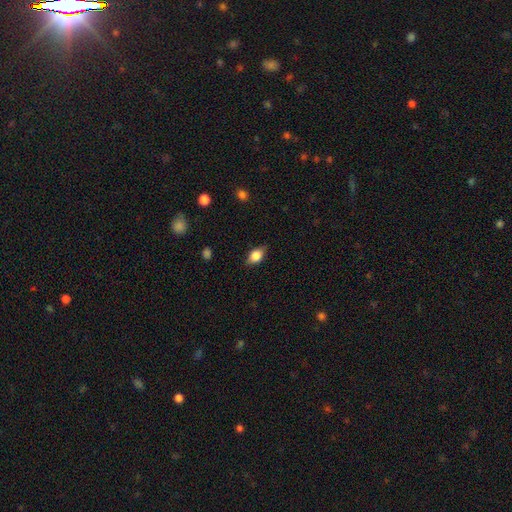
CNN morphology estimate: A smooth galaxy with no disk features (68%) that is in between round and cigar-shaped (75%). Merging: none (76%).